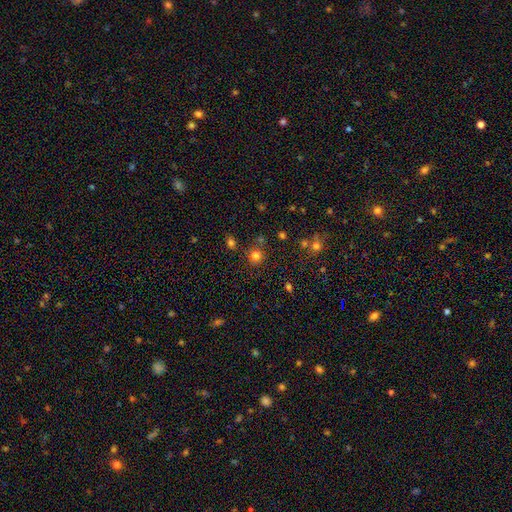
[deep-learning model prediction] smooth 78%, star or artifact 17%, featured or disk 6%. Down the decision tree: how rounded — round (91%); merging — none (81%).